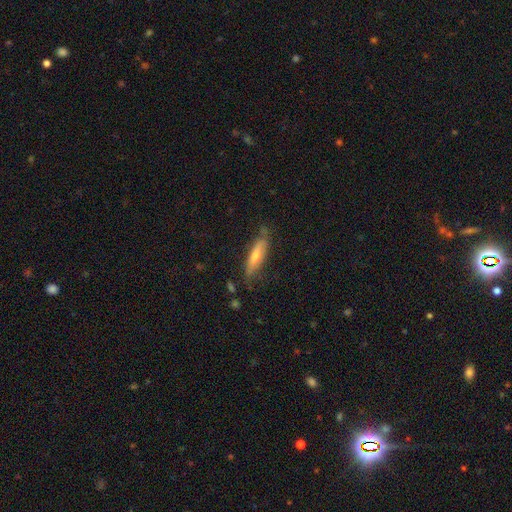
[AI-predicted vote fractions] This appears to be a featured or disk galaxy (50%). Merging: none (79%).